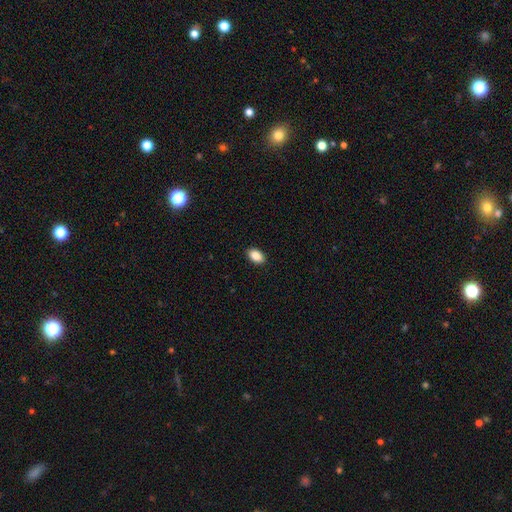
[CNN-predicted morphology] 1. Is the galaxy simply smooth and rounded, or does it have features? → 88% smooth, 8% star or artifact, 4% featured or disk.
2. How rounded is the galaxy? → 90% in between, 8% round, 2% cigar-shaped.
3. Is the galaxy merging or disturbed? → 90% none, 7% minor disturbance, 2% major disturbance, 1% merger.